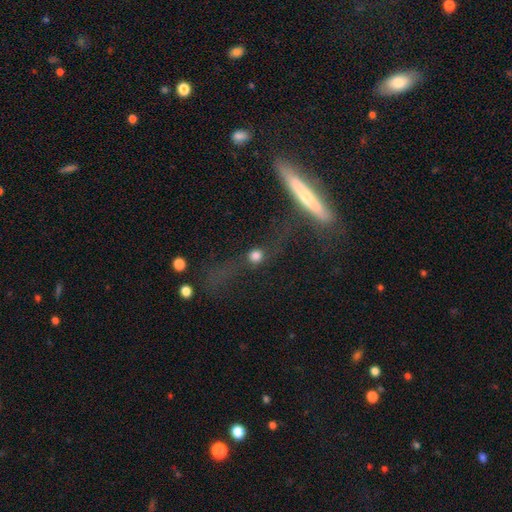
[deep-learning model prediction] smooth_or_featured: smooth (p=0.60) [alt: featured or disk p=0.22]
how_rounded: round (p=0.71) [alt: in between p=0.20]
merging: none (p=0.49) [alt: major disturbance p=0.24]